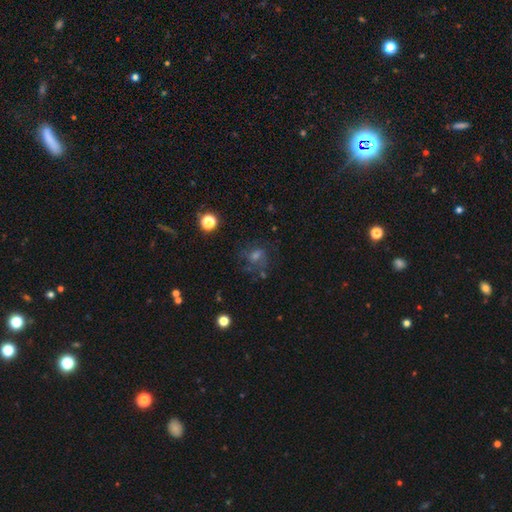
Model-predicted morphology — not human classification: A featured or disk galaxy (36%). Merging: none (59%).